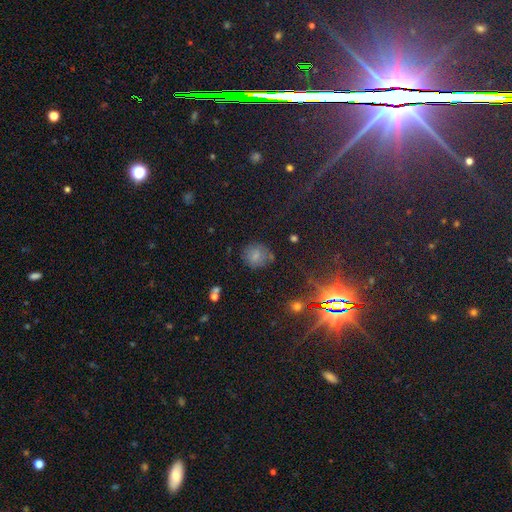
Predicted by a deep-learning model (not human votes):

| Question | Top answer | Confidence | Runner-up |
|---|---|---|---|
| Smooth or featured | smooth | 68% | star or artifact (17%) |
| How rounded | round | 77% | in between (22%) |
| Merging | none | 71% | minor disturbance (19%) |